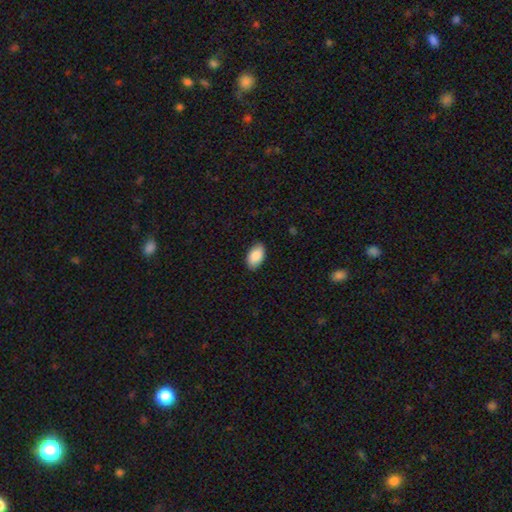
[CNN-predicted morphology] A smooth galaxy with no disk features (86%) that is in between round and cigar-shaped (95%). Merging: none (88%).